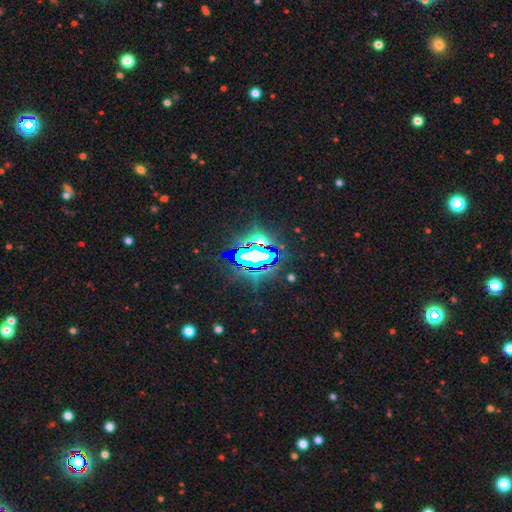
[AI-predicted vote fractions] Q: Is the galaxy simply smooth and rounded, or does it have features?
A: star or artifact — 75%.